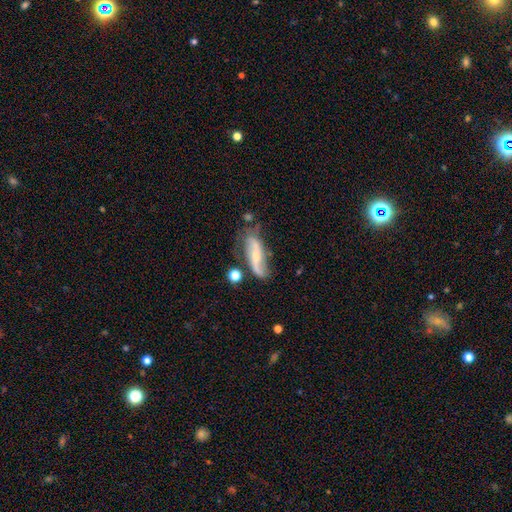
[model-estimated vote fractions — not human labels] A featured or disk galaxy (73%) with no bar (39%), 2 (83%) loose (67%) spiral arms (90%) and a small central bulge (56%). Merging: none (51%).